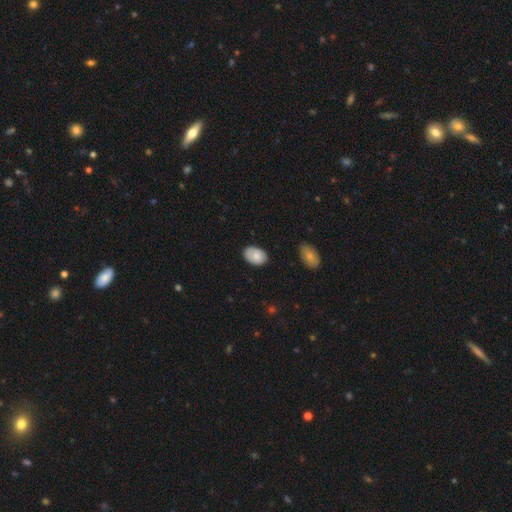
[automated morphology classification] This is likely a smooth galaxy (78%). How rounded: clearly in between (87%). Merging: likely none (79%).